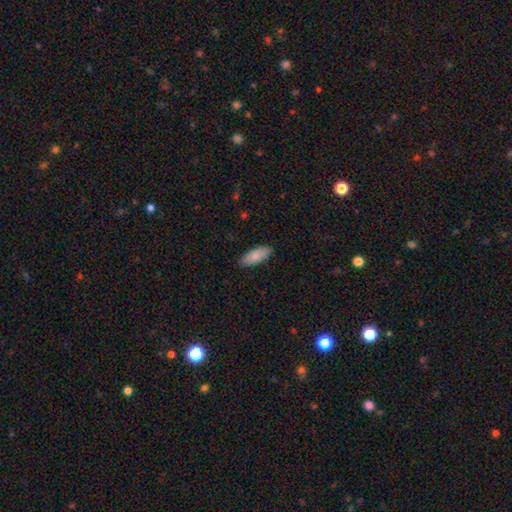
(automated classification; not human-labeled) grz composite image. It shows a smooth galaxy with no disk features (82%) that is in between round and cigar-shaped (83%). Merging: none (86%).